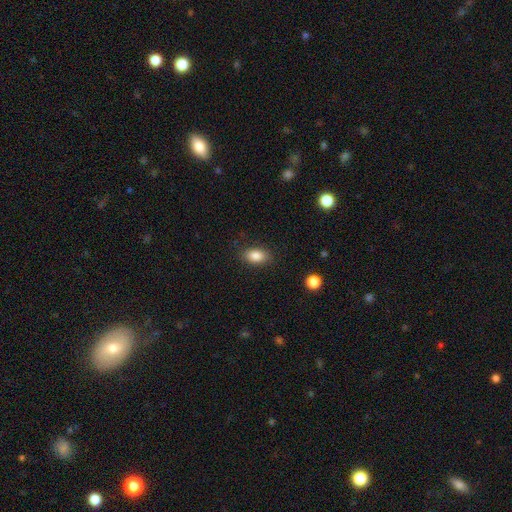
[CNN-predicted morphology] Smooth or featured: smooth — 86% (star or artifact — 9%)
How rounded: in between — 87% (round — 11%)
Merging: none — 86% (minor disturbance — 10%)